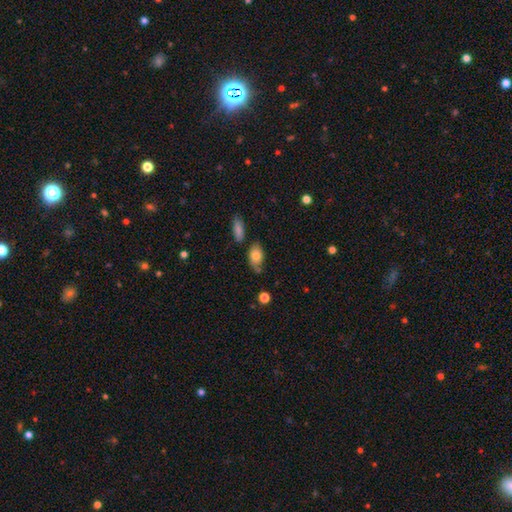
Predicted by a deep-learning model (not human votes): Morphology: type=smooth (76%); roundness=in between (86%); merging=none (56%).